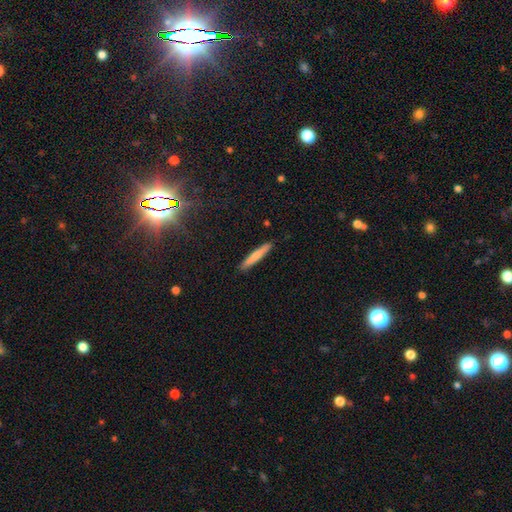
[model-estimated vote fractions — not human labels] The model was most divided on "smooth or featured": smooth: 70%, featured or disk: 24%, star or artifact: 5%. More confident: how rounded — cigar-shaped (95%); merging — none (91%).